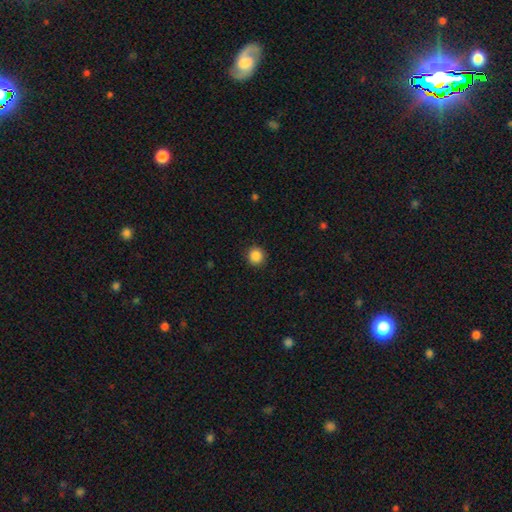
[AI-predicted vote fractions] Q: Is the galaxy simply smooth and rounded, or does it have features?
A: smooth — 87%.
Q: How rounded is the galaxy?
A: round — 93%.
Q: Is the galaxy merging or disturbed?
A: none — 92%.